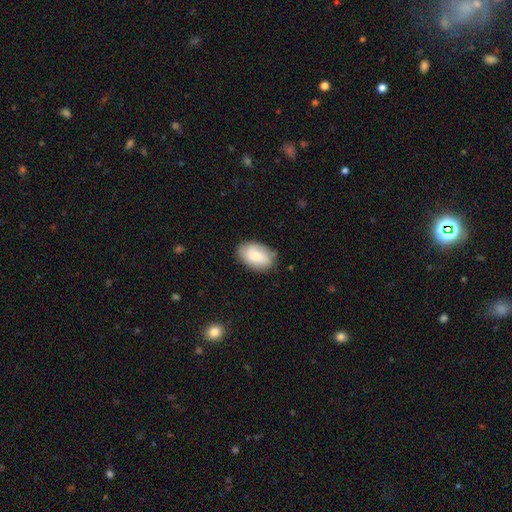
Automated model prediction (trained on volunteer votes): A smooth galaxy with no disk features (74%) that is in between round and cigar-shaped (90%).

Vote fractions:
- Smooth or featured? smooth: 74% / featured or disk: 20% / star or artifact: 7%
- How rounded? in between: 90% / round: 9% / cigar-shaped: 1%
- Merging? none: 76% / minor disturbance: 19% / major disturbance: 4% / merger: 2%